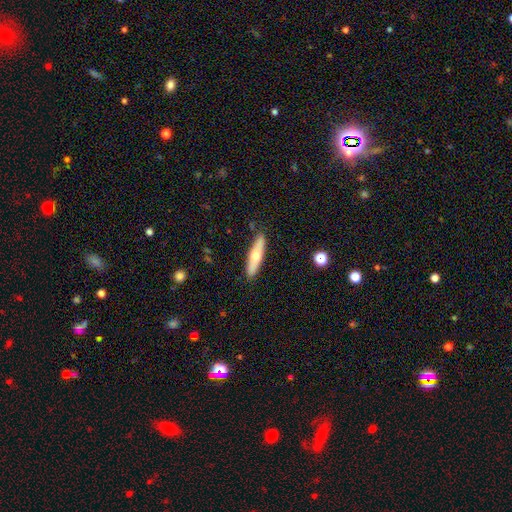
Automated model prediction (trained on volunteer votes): This appears to be a smooth galaxy with no disk features (52%) that is cigar-shaped (76%). Merging: none (88%).